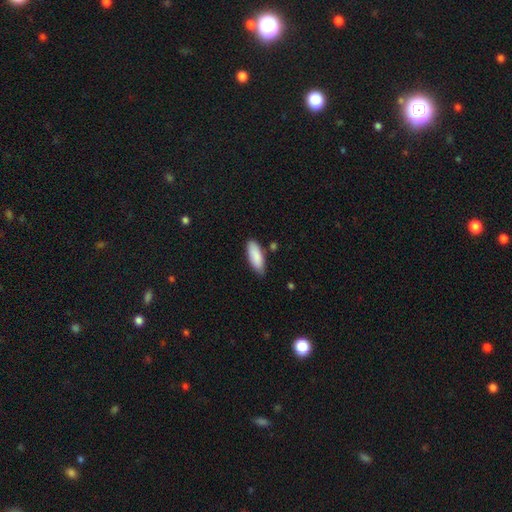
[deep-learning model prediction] Smooth or featured: smooth — 88% (featured or disk — 6%)
How rounded: in between — 67% (cigar-shaped — 31%)
Merging: none — 79% (minor disturbance — 16%)